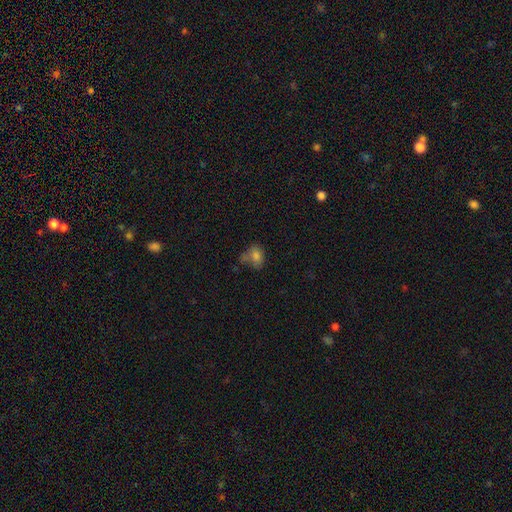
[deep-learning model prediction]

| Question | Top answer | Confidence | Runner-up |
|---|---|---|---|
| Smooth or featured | smooth | 75% | featured or disk (13%) |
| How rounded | in between | 64% | round (34%) |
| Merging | none | 38% | minor disturbance (26%) |